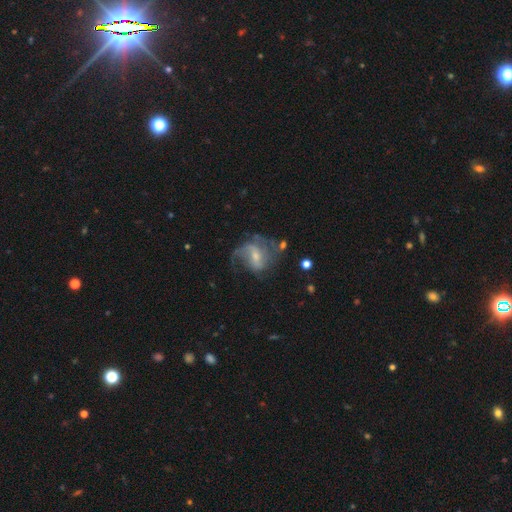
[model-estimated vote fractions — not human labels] Morphology: type=featured or disk (74%); edge-on=no (97%); bar=weak (54%); spiral arms=yes (87%); winding=loose (47%); arm count=2 (45%); bulge=small (48%); merging=none (43%).